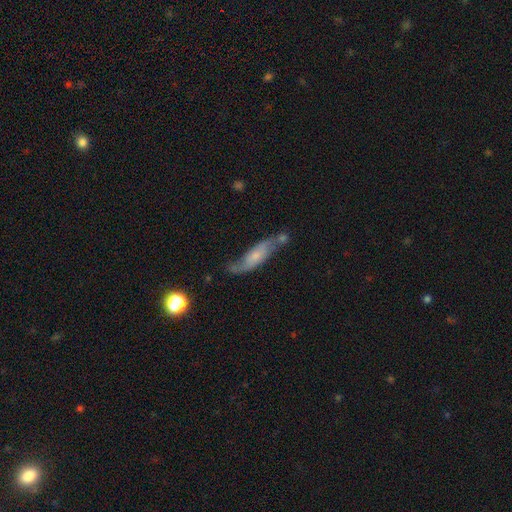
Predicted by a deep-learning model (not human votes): Q: Smooth or featured?
A: featured or disk (64%); runner-up: smooth (29%)
Q: Edge-on disk?
A: no (75%); runner-up: yes (25%)
Q: Merging?
A: none (53%); runner-up: minor disturbance (25%)